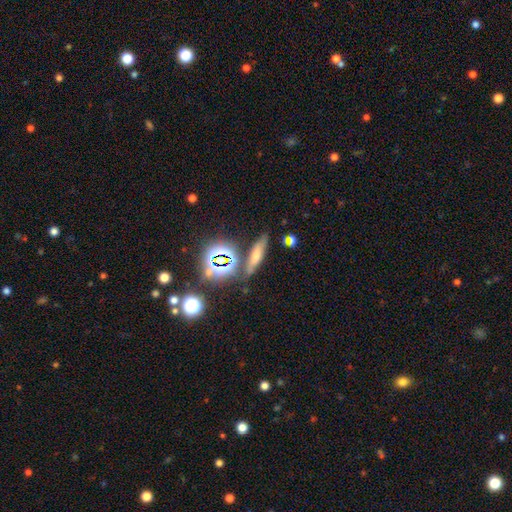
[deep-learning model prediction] The model was most divided on "smooth or featured": smooth: 39%, star or artifact: 32%, featured or disk: 28%. More confident: merging — none (79%).